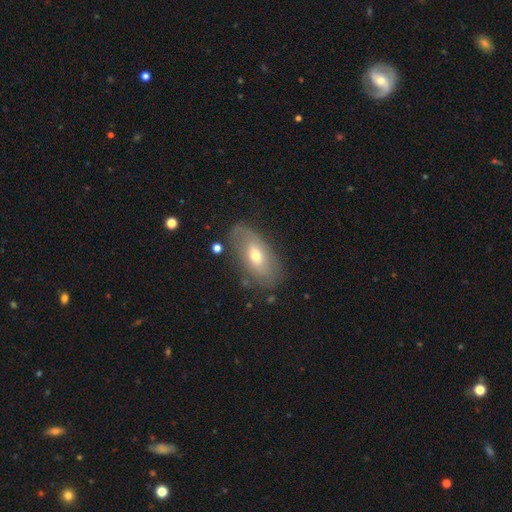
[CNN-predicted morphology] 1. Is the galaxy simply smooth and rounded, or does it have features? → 49% smooth, 44% featured or disk, 8% star or artifact.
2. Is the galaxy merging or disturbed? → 70% none, 20% minor disturbance, 7% major disturbance, 2% merger.